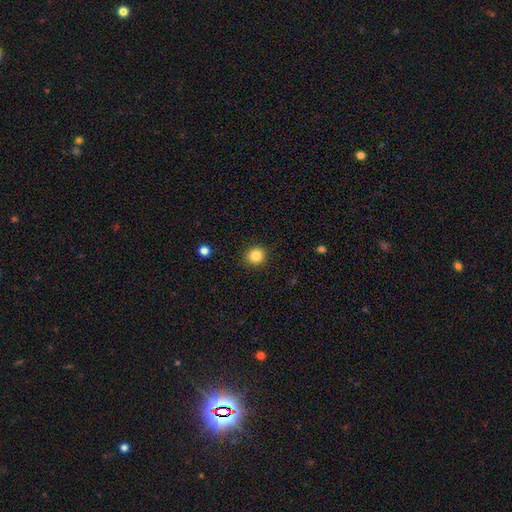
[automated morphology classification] Smooth or featured?
  - smooth: 86% *
  - star or artifact: 10%
  - featured or disk: 4%
How rounded?
  - round: 91% *
  - in between: 8%
  - cigar-shaped: 1%
Merging?
  - none: 90% *
  - minor disturbance: 6%
  - major disturbance: 2%
  - merger: 1%